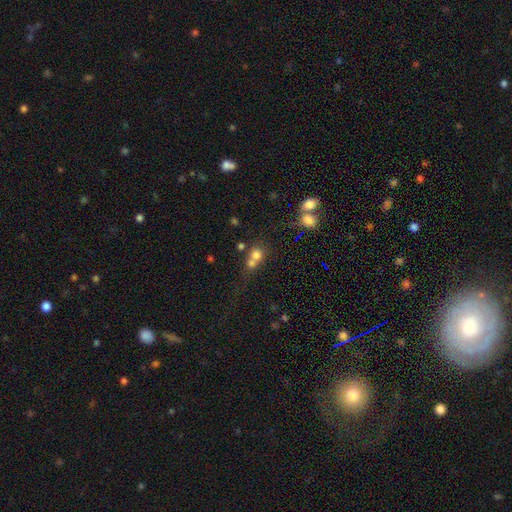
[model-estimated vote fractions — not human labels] Smooth or featured? Predicted: smooth (p=0.71). How rounded? Predicted: round (p=0.80). Merging? Predicted: merger (p=0.57).